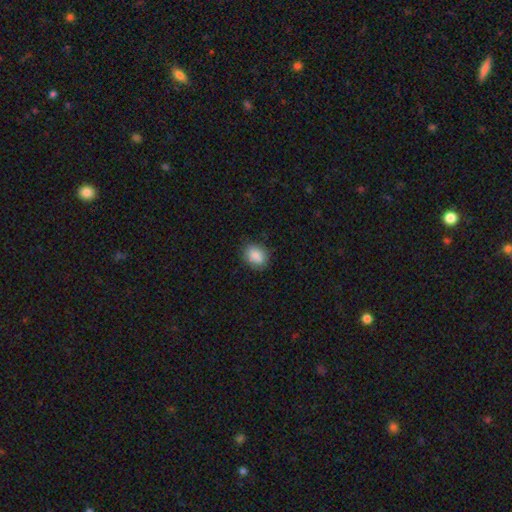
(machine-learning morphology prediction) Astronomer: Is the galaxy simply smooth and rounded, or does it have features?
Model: smooth — 87%.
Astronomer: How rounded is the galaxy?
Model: in between — 56% (runner-up: round, 43%).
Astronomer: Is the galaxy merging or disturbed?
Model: none — 80%.